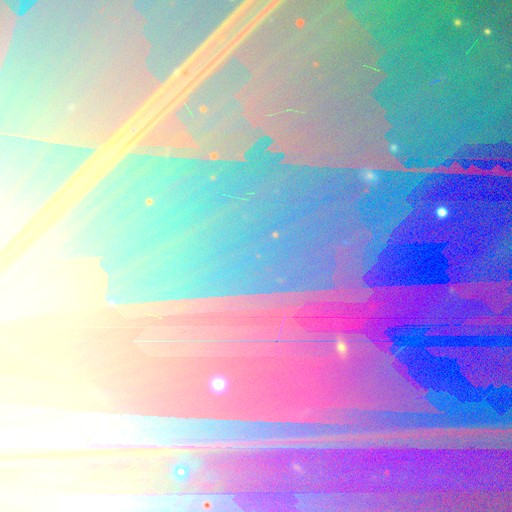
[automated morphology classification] A star or artifact, not a galaxy (85%).